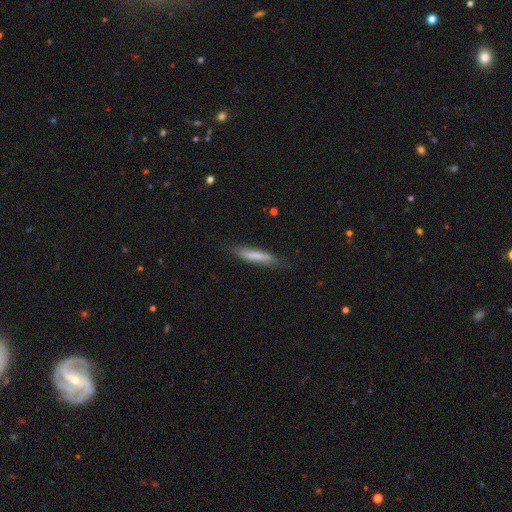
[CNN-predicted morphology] smooth-or-featured: smooth: 73% | featured or disk: 21% | star or artifact: 6%
  how-rounded: cigar-shaped: 87% | in between: 12% | round: 1%
  merging: none: 79% | minor disturbance: 16% | major disturbance: 4% | merger: 1%